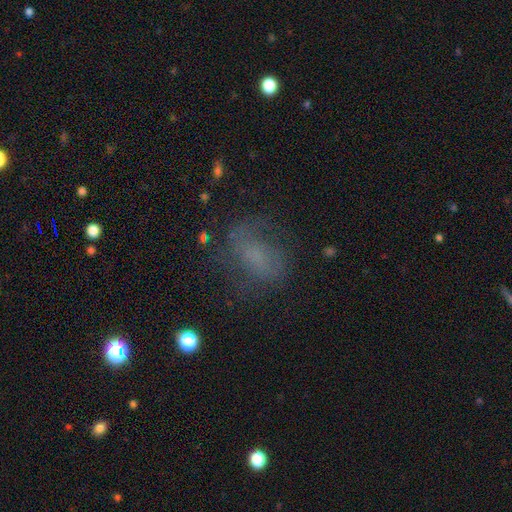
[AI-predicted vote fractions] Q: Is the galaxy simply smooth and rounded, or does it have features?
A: smooth — 48%.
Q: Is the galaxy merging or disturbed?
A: none — 55%.